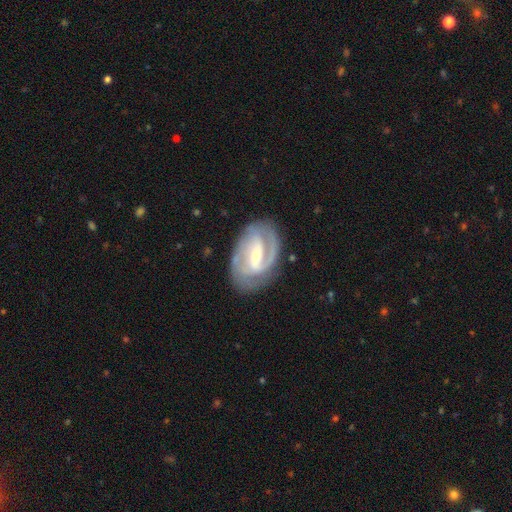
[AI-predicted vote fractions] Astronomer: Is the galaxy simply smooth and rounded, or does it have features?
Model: featured or disk — 88%.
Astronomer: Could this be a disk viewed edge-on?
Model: no — 96%.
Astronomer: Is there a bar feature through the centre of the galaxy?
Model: strong — 46% (runner-up: weak, 39%).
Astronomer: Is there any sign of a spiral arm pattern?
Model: yes — 95%.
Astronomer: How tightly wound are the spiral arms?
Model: tight — 44%, tied with medium at 44%.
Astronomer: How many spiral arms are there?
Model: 2 — 72%.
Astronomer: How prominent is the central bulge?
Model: small — 53% (runner-up: moderate, 43%).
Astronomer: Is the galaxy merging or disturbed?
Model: none — 78%.